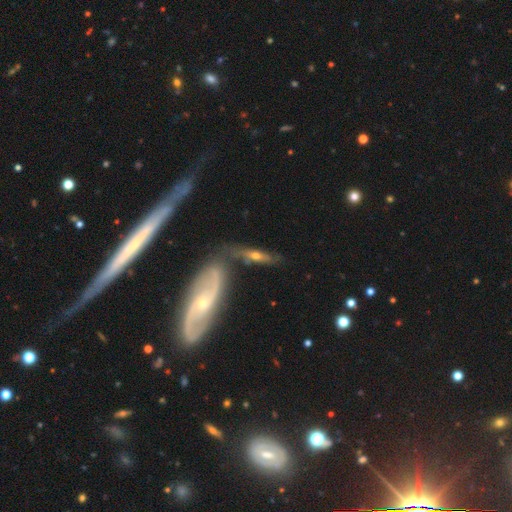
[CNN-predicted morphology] type=featured or disk (61%); edge-on=yes (60%); merging=none (46%).